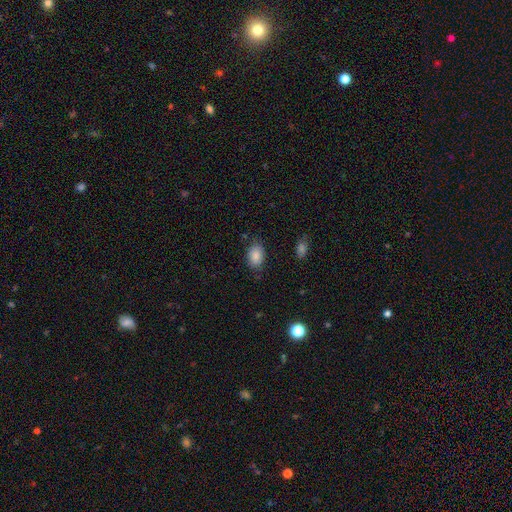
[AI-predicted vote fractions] This is clearly a smooth galaxy (87%). How rounded: clearly in between (84%). Merging: clearly none (80%).